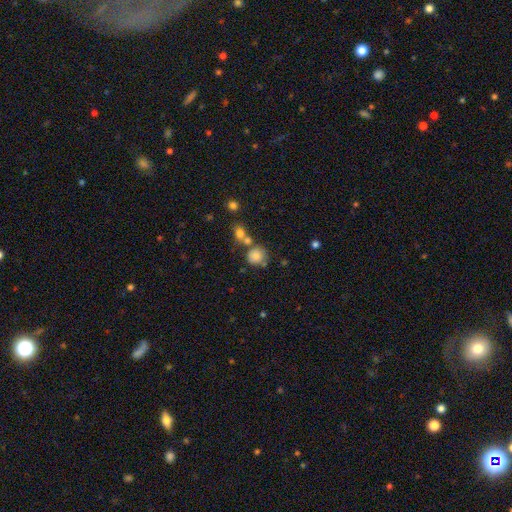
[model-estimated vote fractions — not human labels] A smooth galaxy with no disk features (81%) that is round (85%).

Vote fractions:
- Smooth or featured? smooth: 81% / star or artifact: 11% / featured or disk: 9%
- How rounded? round: 85% / in between: 14% / cigar-shaped: 1%
- Merging? none: 58% / merger: 23% / minor disturbance: 14% / major disturbance: 5%